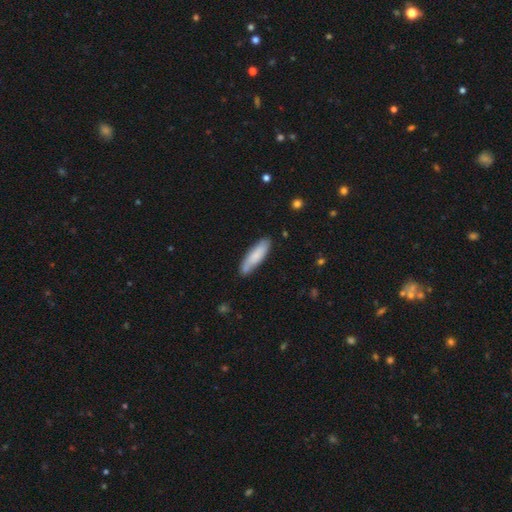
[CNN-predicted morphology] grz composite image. It shows a smooth galaxy with no disk features (76%) that is cigar-shaped (66%). Merging: none (78%).